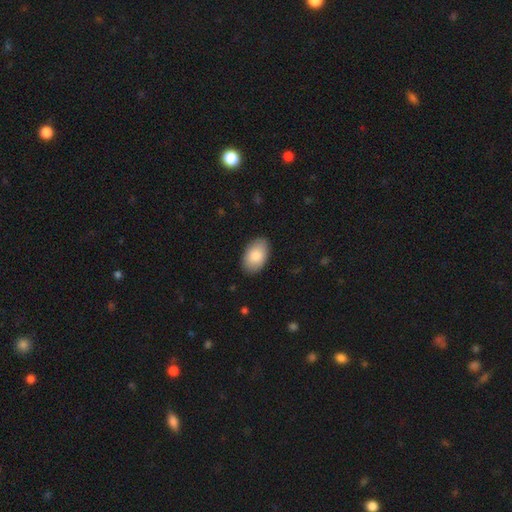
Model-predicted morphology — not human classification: smooth 85%, featured or disk 10%, star or artifact 6%. Down the decision tree: how rounded — in between (93%); merging — none (88%).